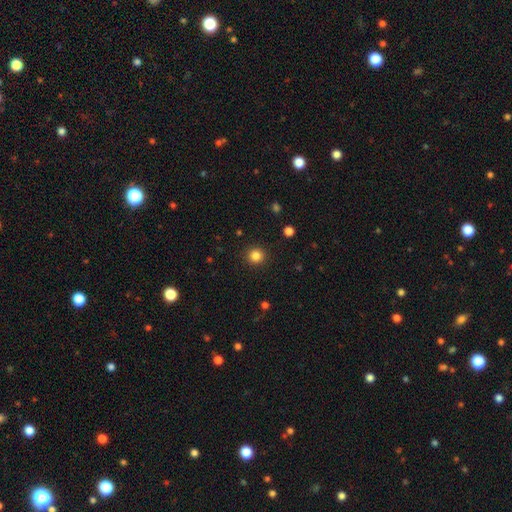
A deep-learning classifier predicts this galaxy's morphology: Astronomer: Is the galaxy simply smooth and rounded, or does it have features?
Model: smooth — 84%.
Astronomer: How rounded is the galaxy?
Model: round — 93%.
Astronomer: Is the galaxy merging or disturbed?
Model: none — 92%.